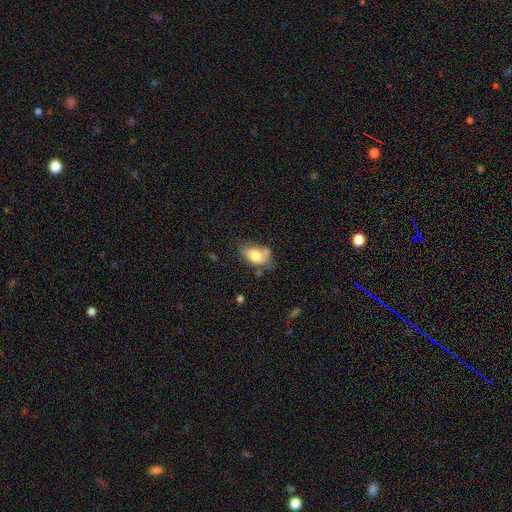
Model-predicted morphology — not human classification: type=smooth (73%); roundness=in between (89%); merging=none (49%).